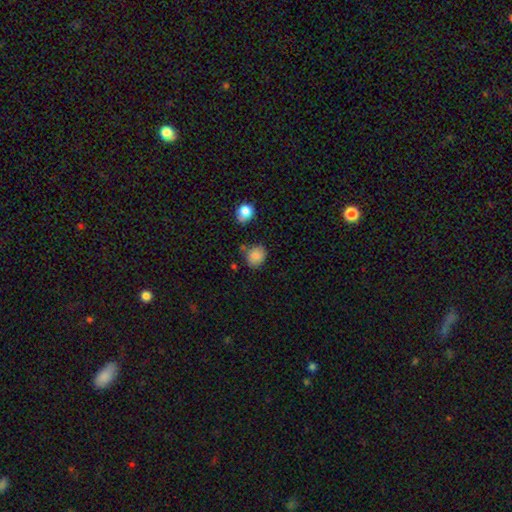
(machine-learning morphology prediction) Smooth or featured? Predicted: smooth (p=0.84). How rounded? Predicted: round (p=0.69). Merging? Predicted: none (p=0.69).